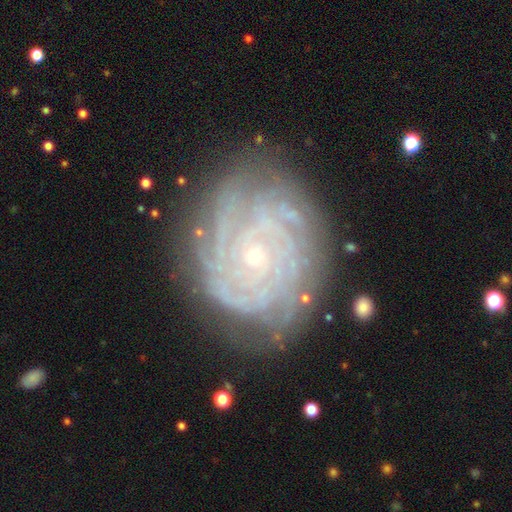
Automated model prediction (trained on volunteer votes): A featured or disk galaxy (86%) with no bar (80%), tight (81%) spiral arms (96%) and a small central bulge (85%). Merging: none (76%).